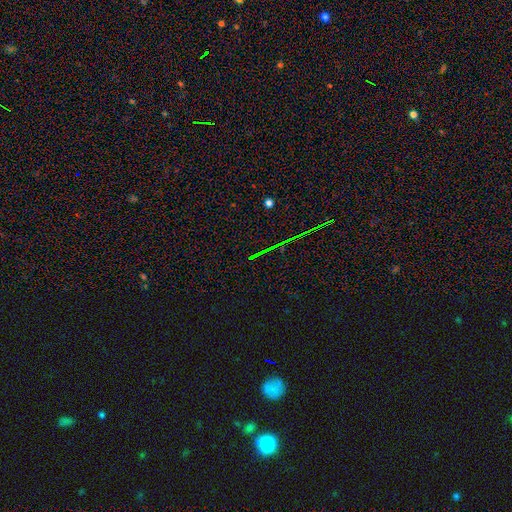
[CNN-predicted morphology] The model was most divided on "smooth or featured": star or artifact: 77%, featured or disk: 13%, smooth: 10%.